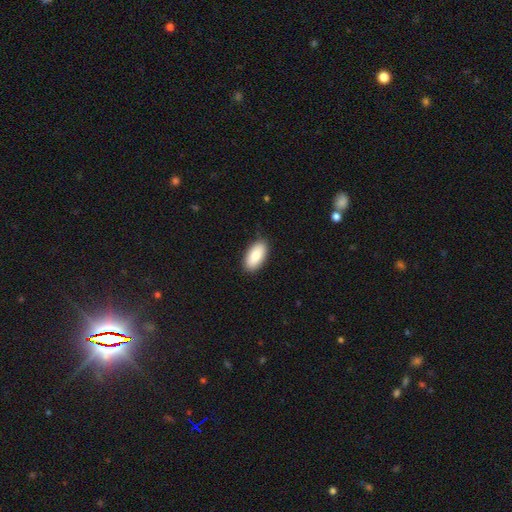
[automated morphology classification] Smooth or featured?
  - smooth: 85% *
  - featured or disk: 9%
  - star or artifact: 6%
How rounded?
  - in between: 94% *
  - cigar-shaped: 4%
  - round: 2%
Merging?
  - none: 88% *
  - minor disturbance: 9%
  - major disturbance: 2%
  - merger: 1%